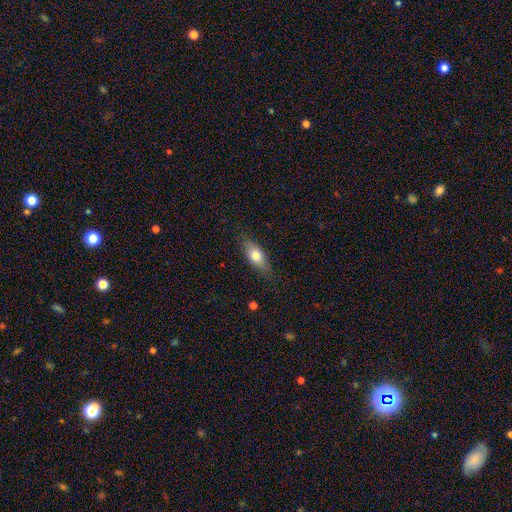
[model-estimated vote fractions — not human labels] Morphology: type=smooth (70%); roundness=in between (73%); merging=none (81%).